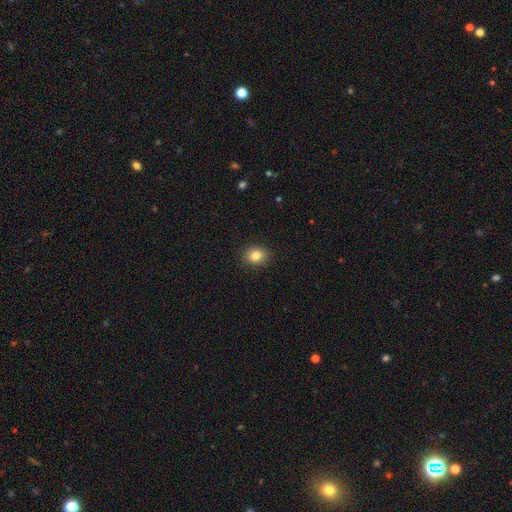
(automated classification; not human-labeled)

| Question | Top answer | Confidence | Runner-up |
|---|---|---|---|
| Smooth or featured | smooth | 84% | star or artifact (10%) |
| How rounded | round | 59% | in between (40%) |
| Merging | none | 90% | minor disturbance (7%) |